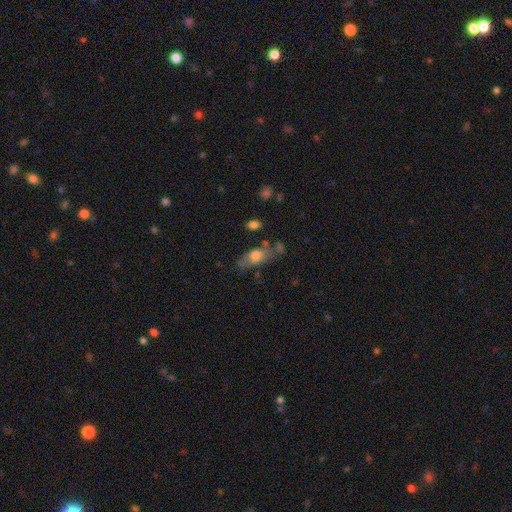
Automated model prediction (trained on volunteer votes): A smooth galaxy with no disk features (61%) that is in between round and cigar-shaped (76%).

Vote fractions:
- Smooth or featured? smooth: 61% / featured or disk: 30% / star or artifact: 9%
- How rounded? in between: 76% / cigar-shaped: 18% / round: 6%
- Merging? none: 53% / minor disturbance: 25% / major disturbance: 13% / merger: 10%